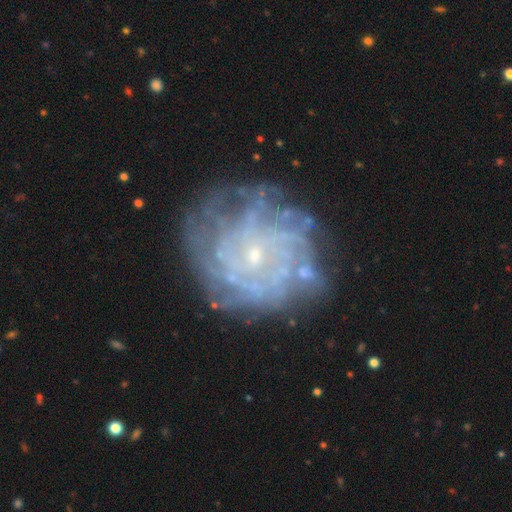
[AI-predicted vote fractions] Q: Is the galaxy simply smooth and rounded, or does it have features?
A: featured or disk — 80%.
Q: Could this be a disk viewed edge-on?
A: no — 97%.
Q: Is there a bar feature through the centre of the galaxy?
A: no — 77%.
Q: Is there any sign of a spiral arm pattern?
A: yes — 86%.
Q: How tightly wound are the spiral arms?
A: tight — 68%.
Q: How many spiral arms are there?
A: can't tell — 41%.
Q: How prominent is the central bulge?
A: small — 83%.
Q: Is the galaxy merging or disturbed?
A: none — 70%.